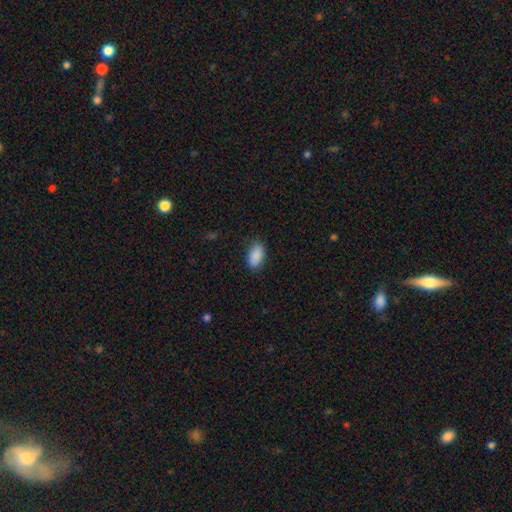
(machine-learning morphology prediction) smooth 90%, star or artifact 7%, featured or disk 3%. Down the decision tree: how rounded — in between (93%); merging — none (84%).